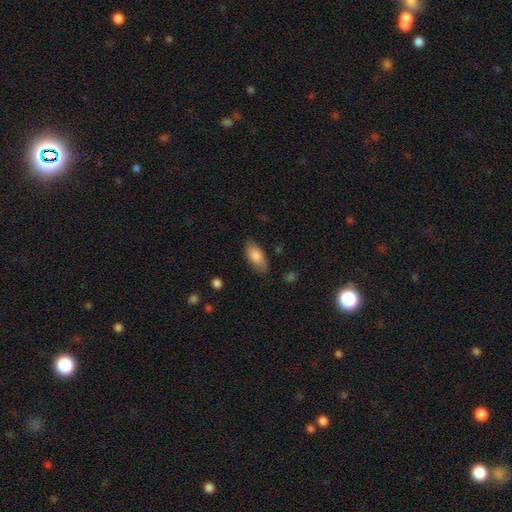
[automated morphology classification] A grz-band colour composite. It shows a smooth galaxy with no disk features (83%) that is in between round and cigar-shaped (89%). Merging: none (81%).